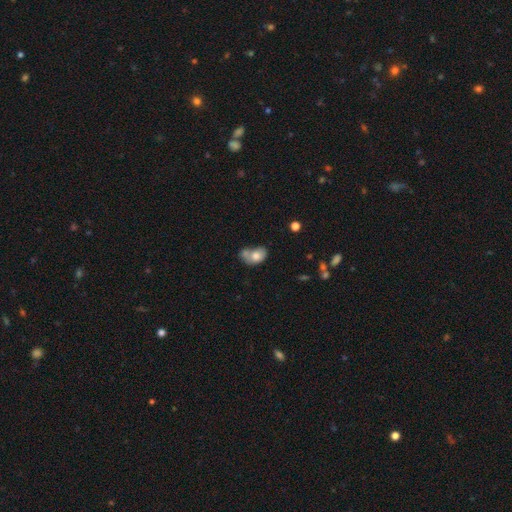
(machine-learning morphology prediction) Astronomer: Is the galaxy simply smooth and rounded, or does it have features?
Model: smooth — 74%.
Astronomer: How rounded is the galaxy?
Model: in between — 74%.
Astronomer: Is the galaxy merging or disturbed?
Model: merger — 51%.